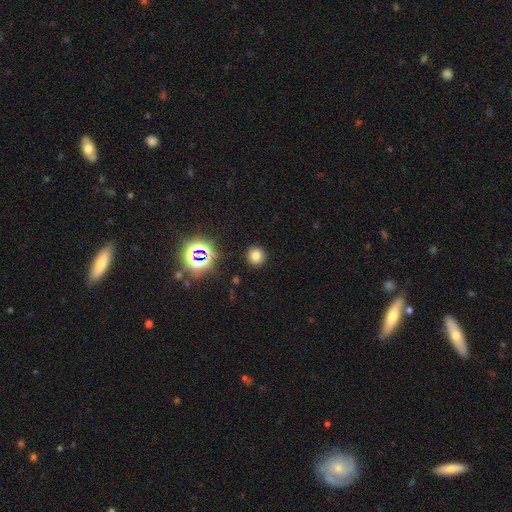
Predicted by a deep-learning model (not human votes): A smooth galaxy with no disk features (73%) that is round (90%).

Vote fractions:
- Smooth or featured? smooth: 73% / star or artifact: 21% / featured or disk: 7%
- How rounded? round: 90% / in between: 9% / cigar-shaped: 1%
- Merging? none: 90% / minor disturbance: 6% / major disturbance: 2% / merger: 1%